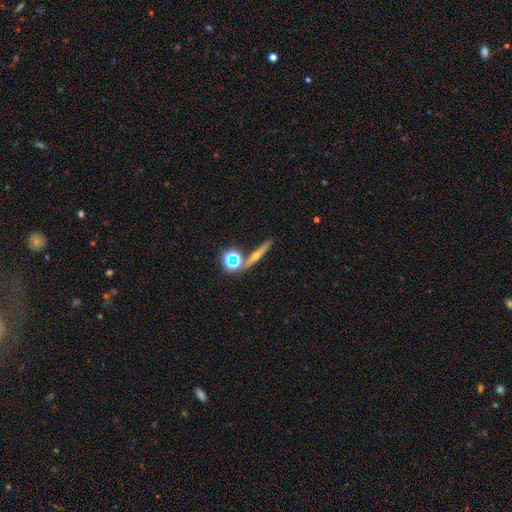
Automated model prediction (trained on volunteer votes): This is possibly a featured or disk galaxy (56%). It is clearly viewed edge-on (89%). Edge-on bulge: clearly rounded (83%). Merging: likely none (77%).